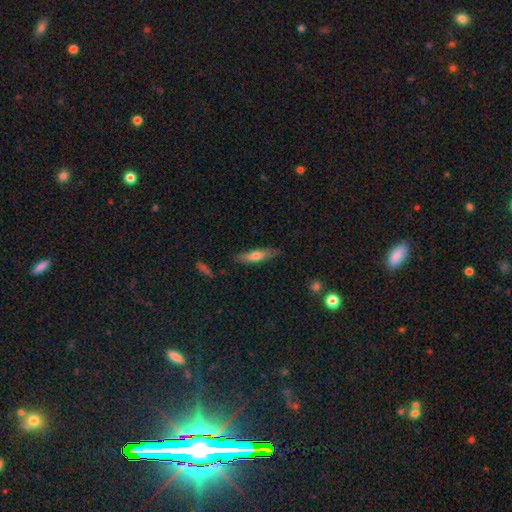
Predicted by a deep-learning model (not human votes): A smooth galaxy with no disk features (61%) that is cigar-shaped (72%). Merging: none (78%).